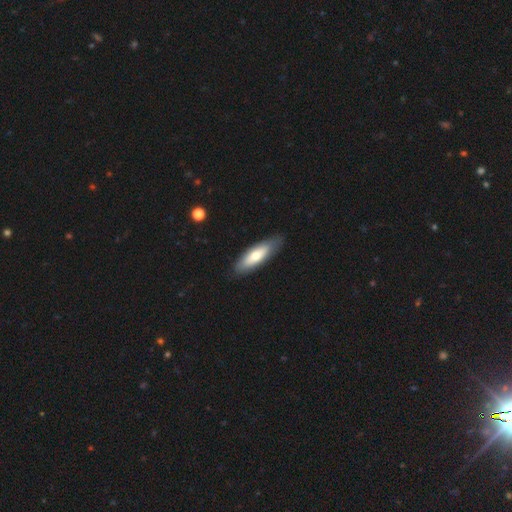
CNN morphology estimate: Overall: smooth (64%; featured or disk 30%). How rounded: in between (52%; cigar-shaped 46%). Merging: none (84%).